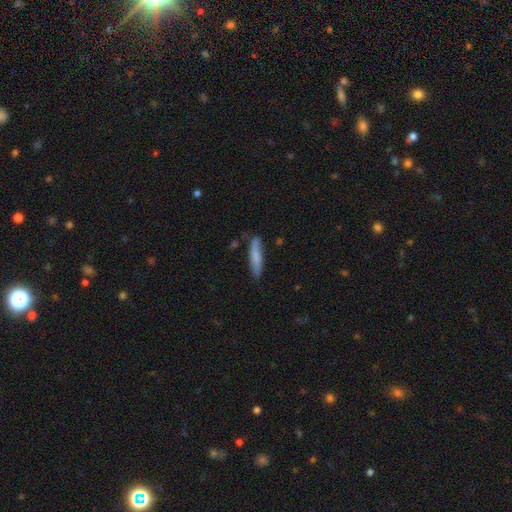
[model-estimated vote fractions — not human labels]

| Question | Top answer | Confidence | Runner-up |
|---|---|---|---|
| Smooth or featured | smooth | 76% | featured or disk (18%) |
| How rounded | cigar-shaped | 86% | in between (12%) |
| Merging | none | 79% | minor disturbance (16%) |